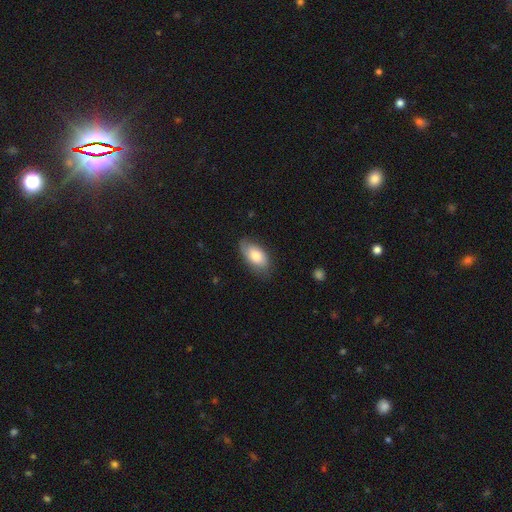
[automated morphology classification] Smooth or featured? smooth (78%)
How rounded? in between (94%)
Merging? none (73%)